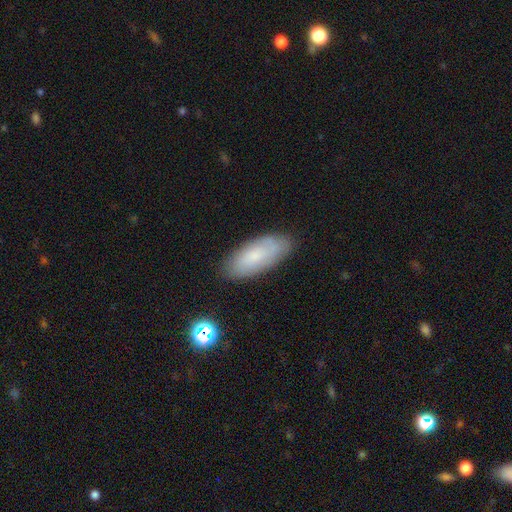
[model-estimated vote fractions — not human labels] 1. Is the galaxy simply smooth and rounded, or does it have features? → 64% smooth, 27% featured or disk, 8% star or artifact.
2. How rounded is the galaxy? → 83% in between, 15% cigar-shaped, 2% round.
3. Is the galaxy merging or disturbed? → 81% none, 14% minor disturbance, 3% major disturbance, 2% merger.